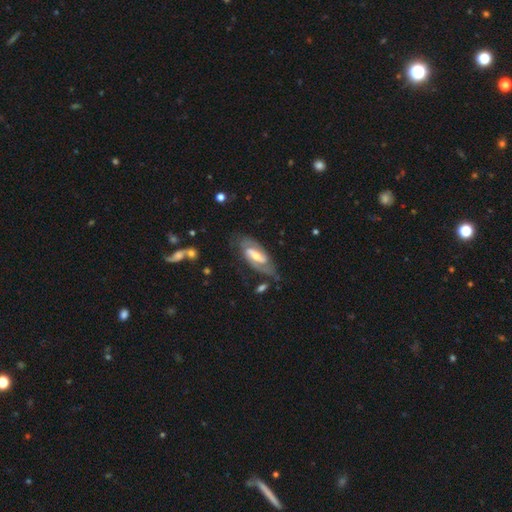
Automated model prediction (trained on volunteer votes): featured or disk 83%, smooth 12%, star or artifact 5%. Down the decision tree: edge-on disk — no (93%); bar — strong (51%); spiral arms — yes (93%); spiral arm count — 2 (88%); spiral winding — medium (47%); bulge size — moderate (56%); merging — none (73%).